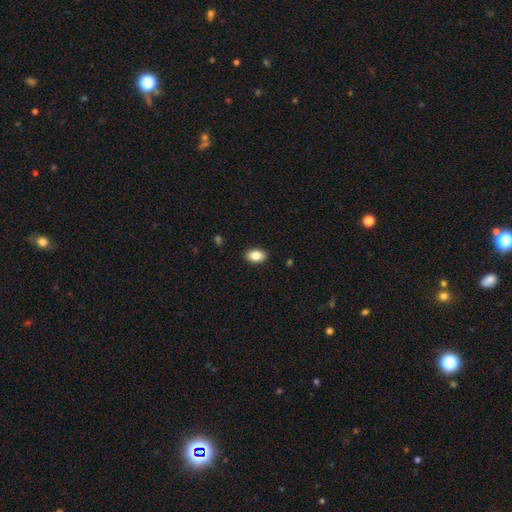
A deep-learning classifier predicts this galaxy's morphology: smooth_or_featured: smooth (p=0.85) [alt: star or artifact p=0.08]
how_rounded: in between (p=0.88) [alt: round p=0.11]
merging: none (p=0.90) [alt: minor disturbance p=0.07]